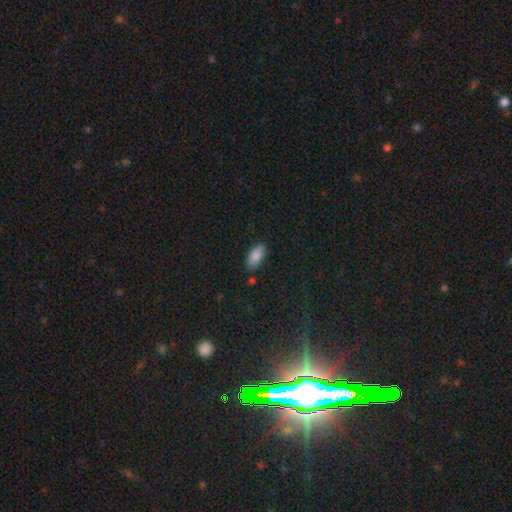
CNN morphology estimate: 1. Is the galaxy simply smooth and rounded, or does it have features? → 87% smooth, 7% star or artifact, 5% featured or disk.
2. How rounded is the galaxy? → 91% in between, 7% cigar-shaped, 2% round.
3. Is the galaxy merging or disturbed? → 85% none, 11% minor disturbance, 2% major disturbance, 2% merger.